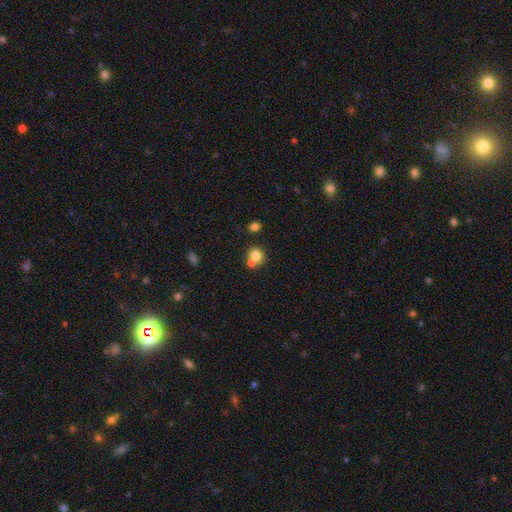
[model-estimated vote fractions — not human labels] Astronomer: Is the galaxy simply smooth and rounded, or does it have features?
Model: smooth — 77%.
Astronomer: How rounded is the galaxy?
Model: round — 76%.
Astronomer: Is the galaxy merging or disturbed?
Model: none — 45% (runner-up: merger, 44%).